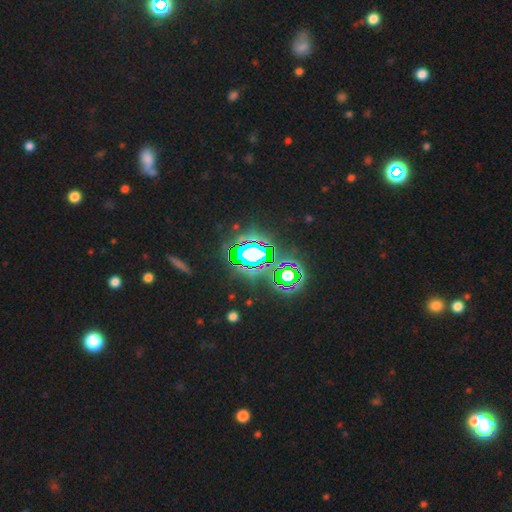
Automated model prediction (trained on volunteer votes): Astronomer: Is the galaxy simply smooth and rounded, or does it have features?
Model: star or artifact — 82%.